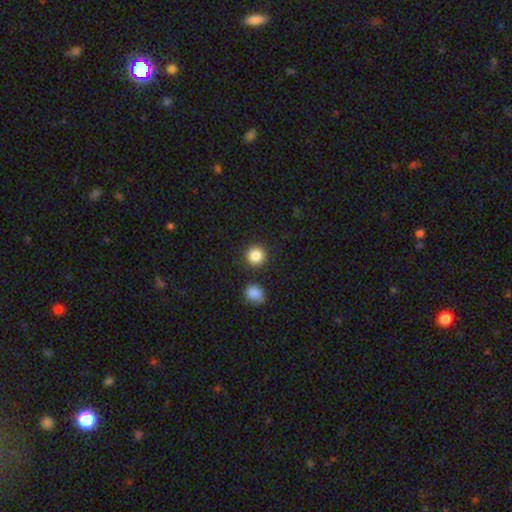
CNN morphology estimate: A smooth galaxy with no disk features (87%) that is round (93%). Merging: none (88%).